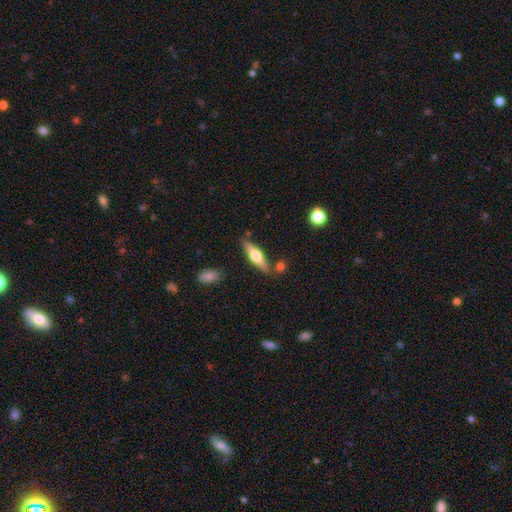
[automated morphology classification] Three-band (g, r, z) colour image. It shows a smooth galaxy with no disk features (49%). Merging: none (76%).